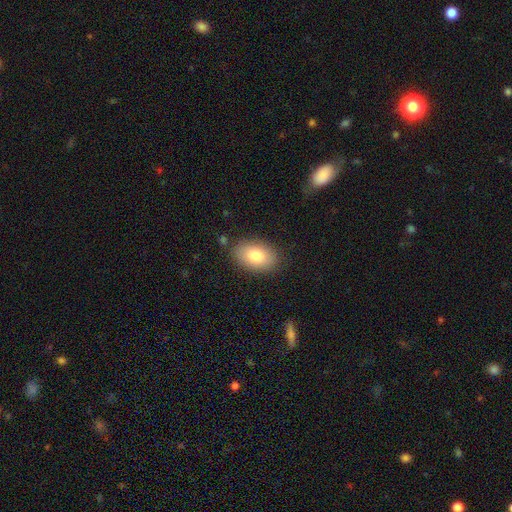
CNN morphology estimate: smooth-or-featured: smooth: 81% | featured or disk: 12% | star or artifact: 7%
  how-rounded: in between: 90% | round: 9% | cigar-shaped: 1%
  merging: none: 84% | minor disturbance: 12% | major disturbance: 3% | merger: 2%